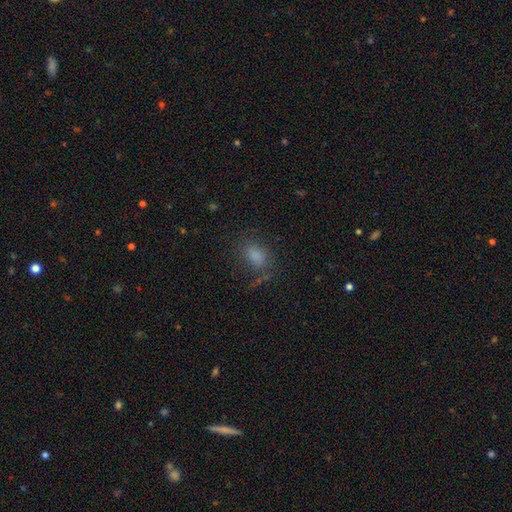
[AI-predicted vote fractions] This appears to be a smooth galaxy with no disk features (78%) that is in between round and cigar-shaped (80%). Merging: none (66%).